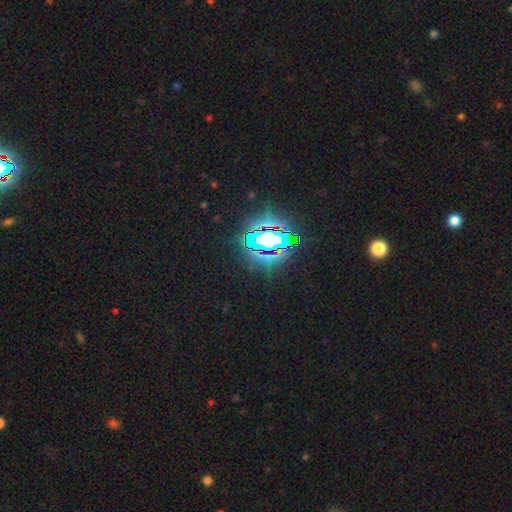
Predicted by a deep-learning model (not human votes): Smooth or featured? Predicted: star or artifact (p=0.83).